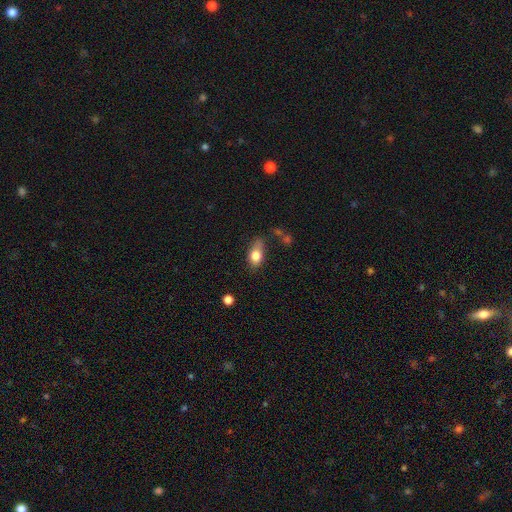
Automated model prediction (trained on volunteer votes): Q: Smooth or featured?
A: smooth (79%); runner-up: featured or disk (13%)
Q: How rounded?
A: in between (79%); runner-up: round (15%)
Q: Merging?
A: none (53%); runner-up: minor disturbance (31%)